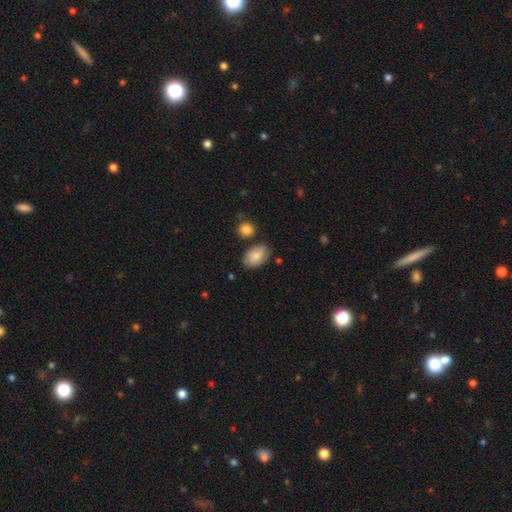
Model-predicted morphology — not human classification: smooth 81%, featured or disk 12%, star or artifact 7%. Down the decision tree: how rounded — in between (90%); merging — none (75%).